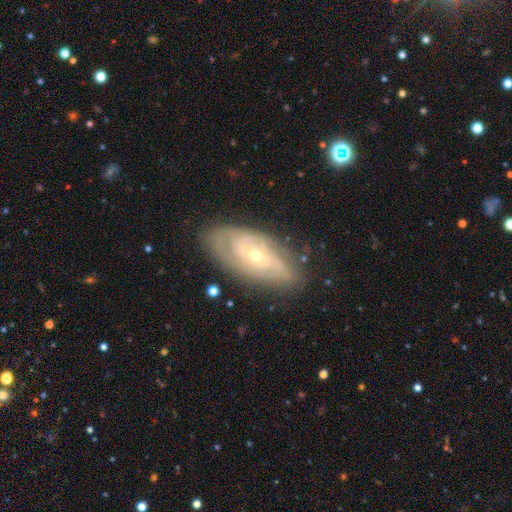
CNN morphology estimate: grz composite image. It shows a featured or disk galaxy (76%) with no bar (75%), tight (63%) spiral arms (82%) and a small central bulge (67%). Merging: none (77%).